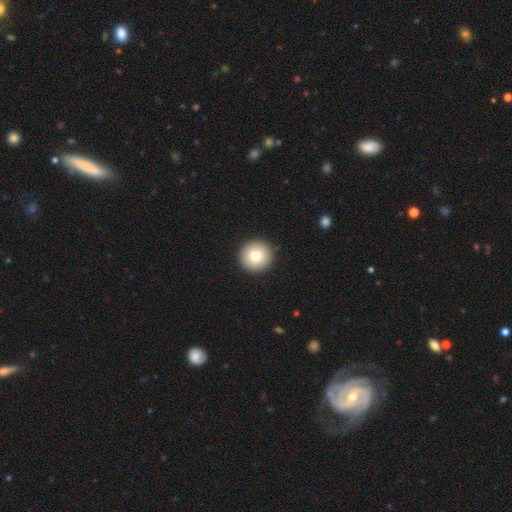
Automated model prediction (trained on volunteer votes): This is clearly a smooth galaxy (80%). How rounded: clearly round (96%). Merging: clearly none (93%).